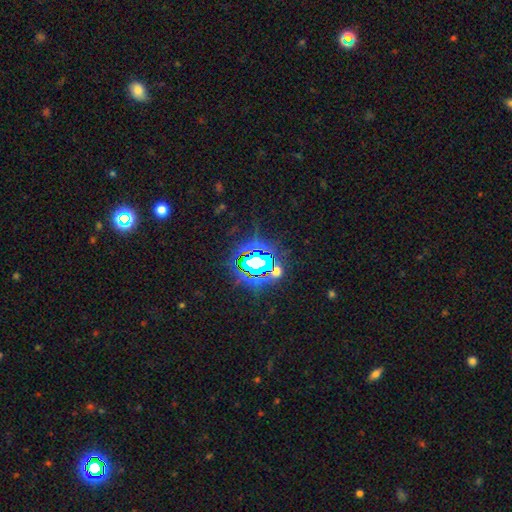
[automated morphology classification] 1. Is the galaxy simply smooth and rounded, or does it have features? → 76% star or artifact, 13% smooth, 11% featured or disk.